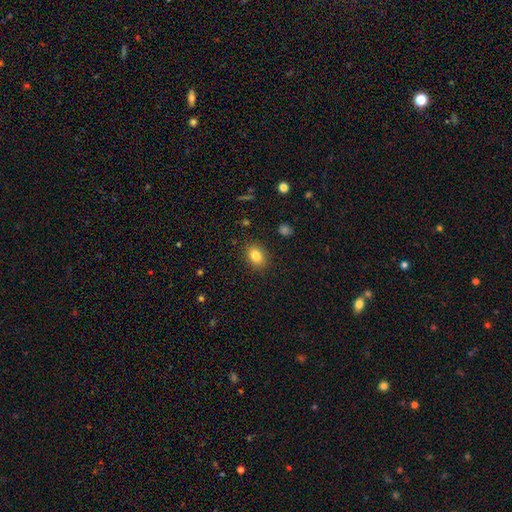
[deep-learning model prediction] A smooth galaxy with no disk features (83%) that is in between round and cigar-shaped (68%). Merging: none (87%).